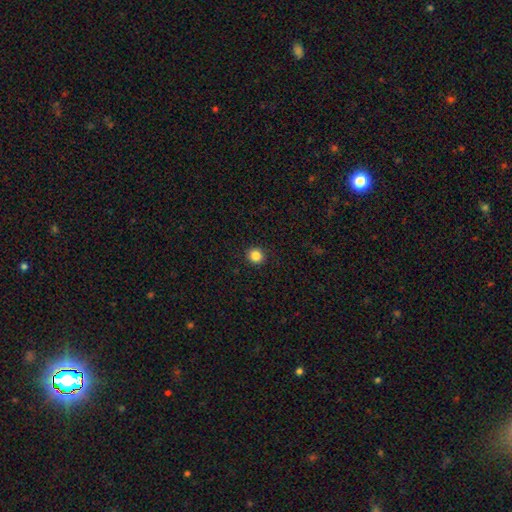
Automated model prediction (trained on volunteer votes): Smooth or featured? Predicted: smooth (p=0.86). How rounded? Predicted: round (p=0.91). Merging? Predicted: none (p=0.92).